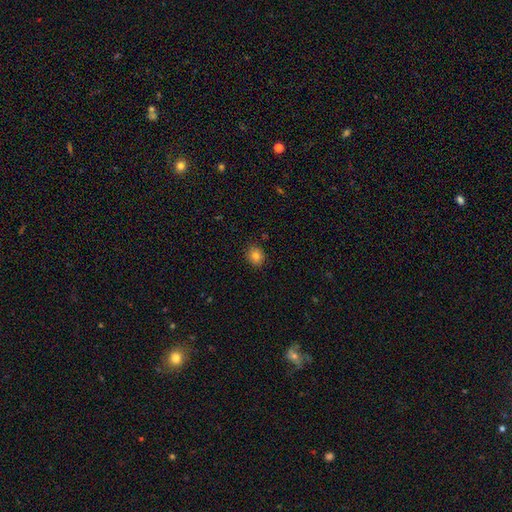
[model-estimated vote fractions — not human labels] This appears to be a smooth galaxy with no disk features (80%) that is round (72%). Merging: none (87%).